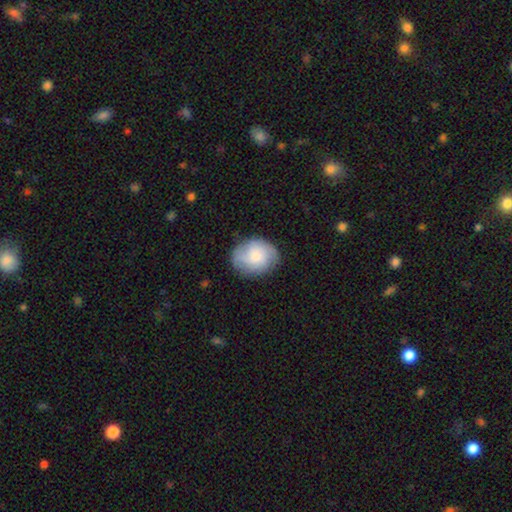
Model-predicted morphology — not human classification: Smooth or featured? smooth (61%)
How rounded? round (51%)
Merging? none (73%)